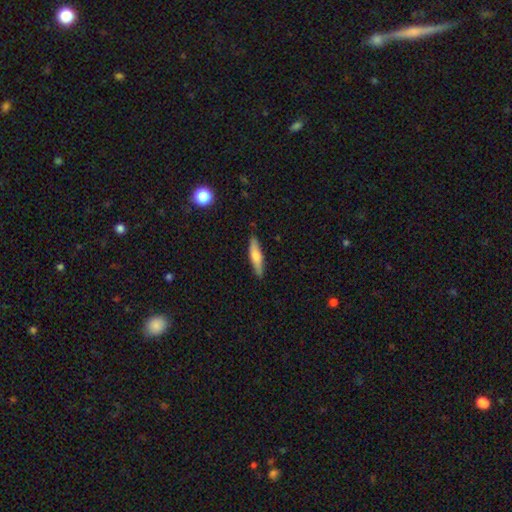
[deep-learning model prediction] Smooth or featured? Predicted: smooth (p=0.60). How rounded? Predicted: cigar-shaped (p=0.79). Merging? Predicted: none (p=0.88).